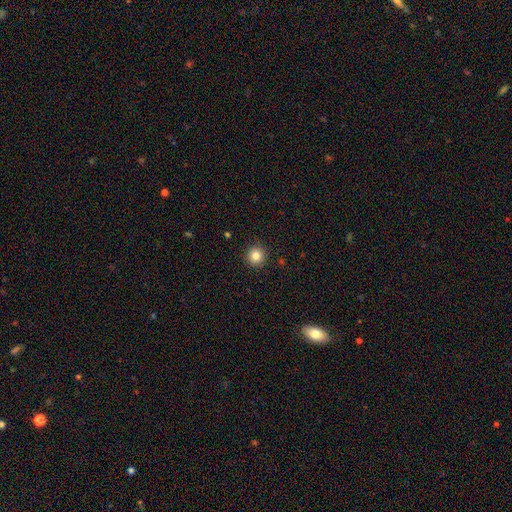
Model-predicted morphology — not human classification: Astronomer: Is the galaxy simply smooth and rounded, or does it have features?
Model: smooth — 83%.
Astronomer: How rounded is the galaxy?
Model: round — 95%.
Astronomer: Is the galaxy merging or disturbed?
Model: none — 93%.